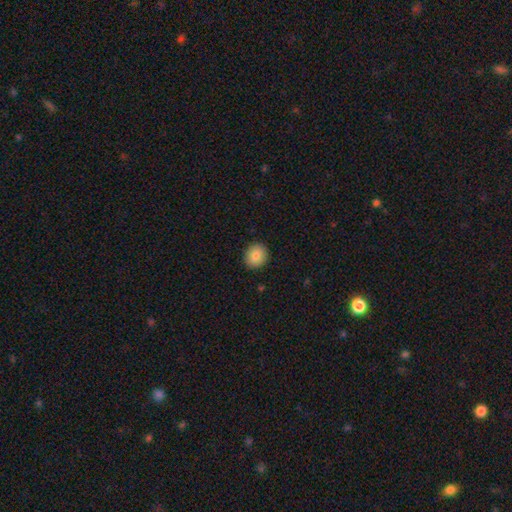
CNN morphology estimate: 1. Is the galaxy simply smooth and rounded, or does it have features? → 84% smooth, 8% featured or disk, 8% star or artifact.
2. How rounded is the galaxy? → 85% round, 14% in between, 1% cigar-shaped.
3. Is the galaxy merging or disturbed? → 91% none, 6% minor disturbance, 2% major disturbance, 1% merger.